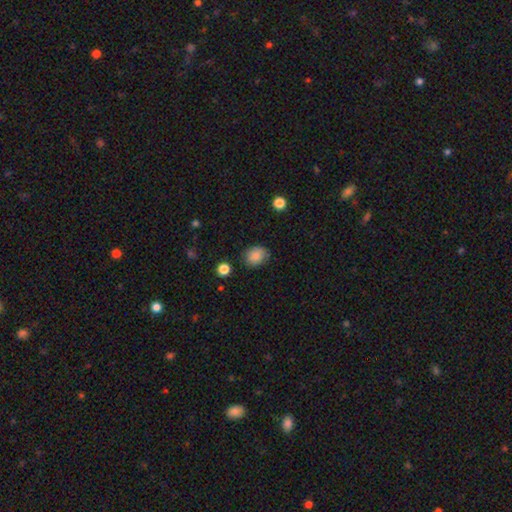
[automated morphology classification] Smooth or featured? Predicted: smooth (p=0.85). How rounded? Predicted: round (p=0.57). Merging? Predicted: none (p=0.77).